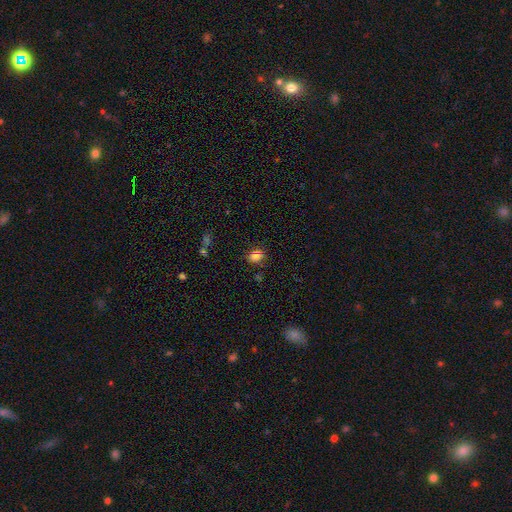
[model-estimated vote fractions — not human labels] Smooth or featured? smooth (78%)
How rounded? in between (63%)
Merging? none (78%)